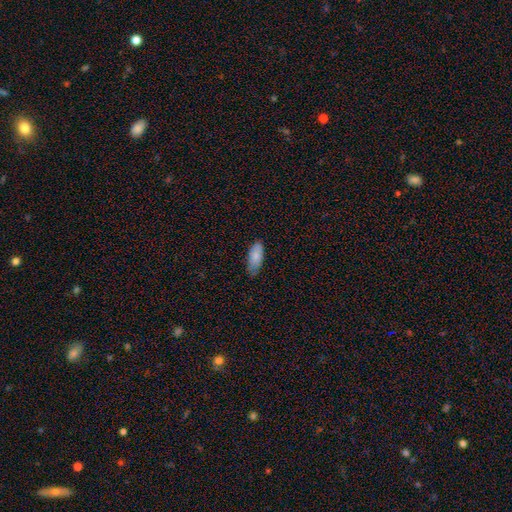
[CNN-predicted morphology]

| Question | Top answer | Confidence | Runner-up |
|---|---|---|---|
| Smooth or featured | smooth | 84% | featured or disk (10%) |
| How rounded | in between | 83% | cigar-shaped (16%) |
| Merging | none | 70% | minor disturbance (26%) |